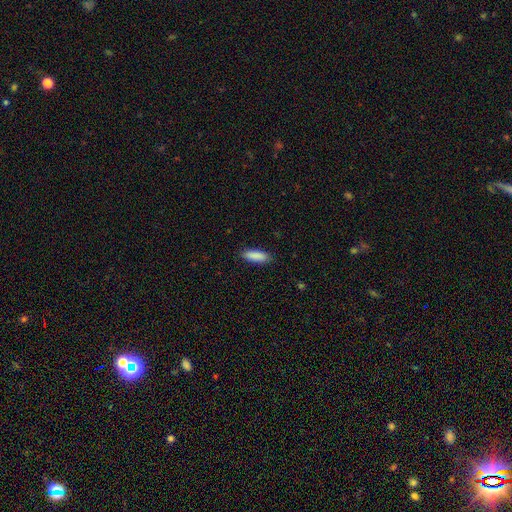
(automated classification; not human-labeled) smooth 89%, star or artifact 6%, featured or disk 4%. Down the decision tree: how rounded — in between (53%); merging — none (89%).